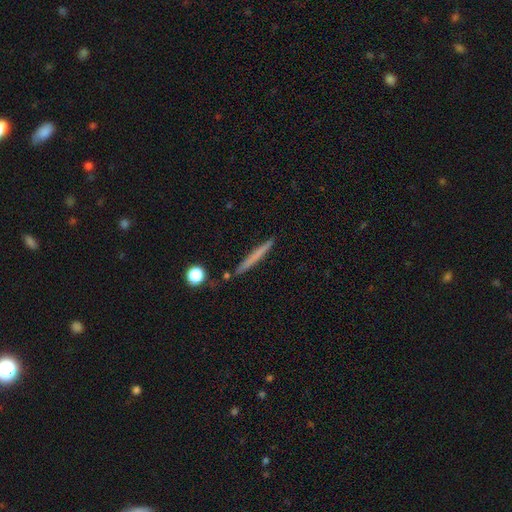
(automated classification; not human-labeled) This is likely a smooth galaxy (61%). How rounded: clearly cigar-shaped (96%). Merging: clearly none (86%).